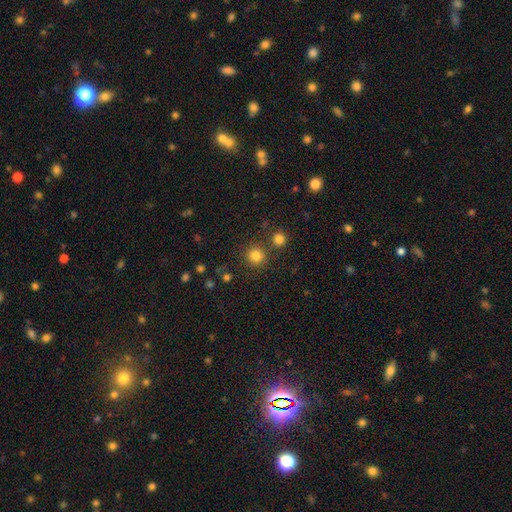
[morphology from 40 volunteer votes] A smooth galaxy with no disk features (88%) that is round (94%). Merging: none (87%).